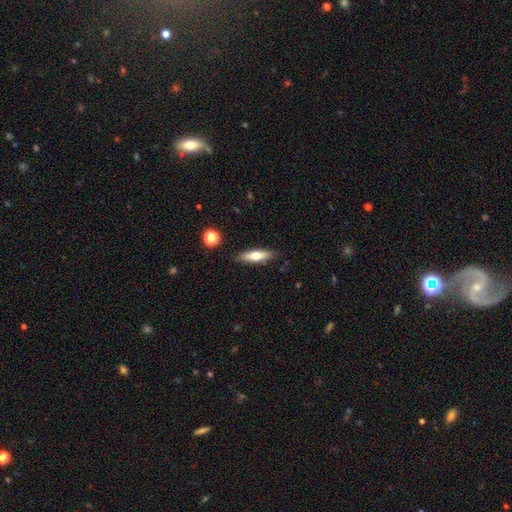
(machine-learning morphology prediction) Smooth or featured: smooth — 62% (featured or disk — 32%)
How rounded: cigar-shaped — 60% (in between — 37%)
Merging: none — 87% (minor disturbance — 9%)